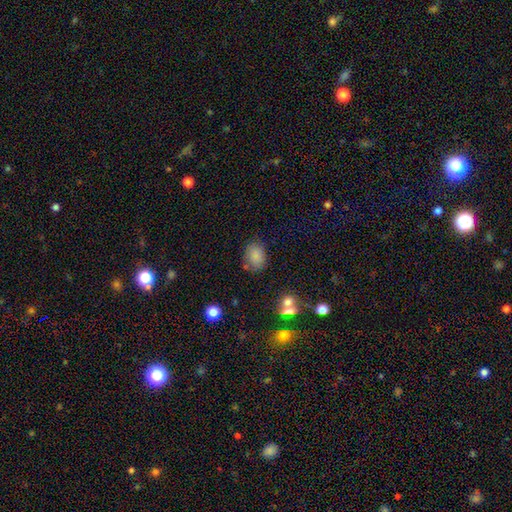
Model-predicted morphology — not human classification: Smooth or featured?
  - smooth: 82% *
  - star or artifact: 11%
  - featured or disk: 7%
How rounded?
  - in between: 68% *
  - round: 31%
  - cigar-shaped: 1%
Merging?
  - none: 70% *
  - minor disturbance: 19%
  - merger: 5%
  - major disturbance: 5%